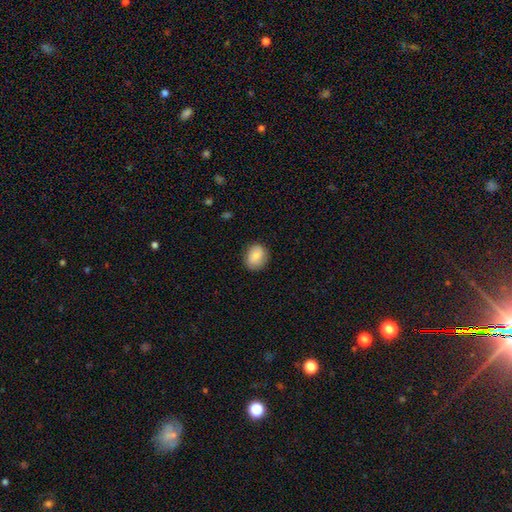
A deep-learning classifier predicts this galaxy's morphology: The model was most divided on "how rounded": round: 51%, in between: 48%, cigar-shaped: 1%. More confident: smooth or featured — smooth (83%); merging — none (81%).